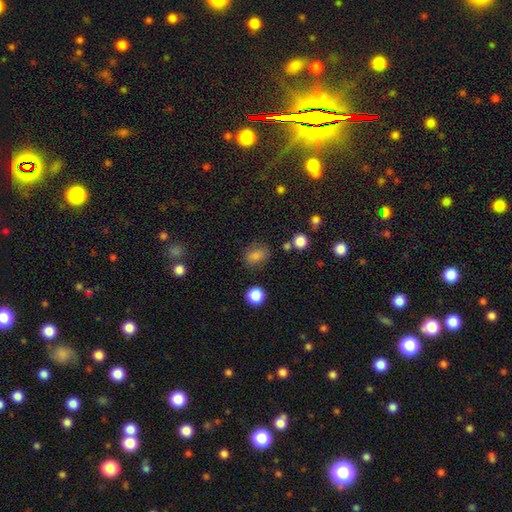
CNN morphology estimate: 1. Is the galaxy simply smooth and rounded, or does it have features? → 79% smooth, 15% star or artifact, 7% featured or disk.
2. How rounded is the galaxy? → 59% in between, 39% round, 2% cigar-shaped.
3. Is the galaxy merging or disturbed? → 79% none, 14% minor disturbance, 4% major disturbance, 3% merger.